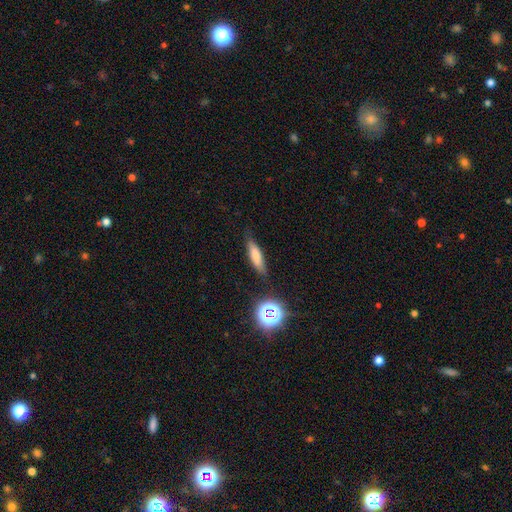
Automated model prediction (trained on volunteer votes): Q: Smooth or featured?
A: smooth (70%); runner-up: featured or disk (18%)
Q: How rounded?
A: cigar-shaped (66%); runner-up: in between (31%)
Q: Merging?
A: none (77%); runner-up: minor disturbance (16%)